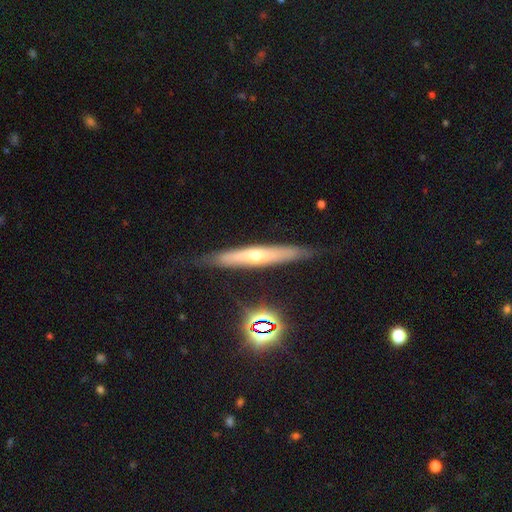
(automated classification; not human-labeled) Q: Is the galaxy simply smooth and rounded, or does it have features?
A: featured or disk — 58%.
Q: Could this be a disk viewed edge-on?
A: yes — 85%.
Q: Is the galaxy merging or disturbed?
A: none — 83%.